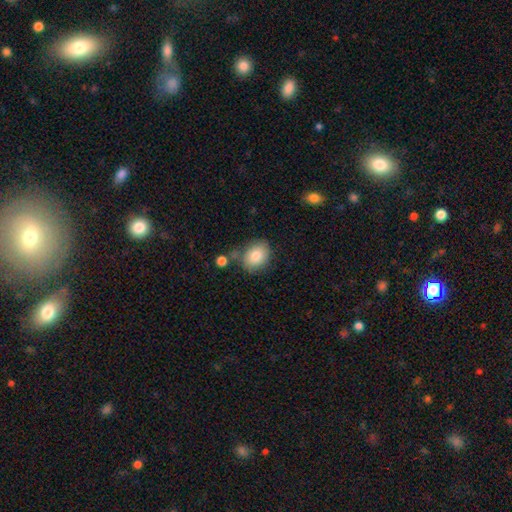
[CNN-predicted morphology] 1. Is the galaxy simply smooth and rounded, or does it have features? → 82% smooth, 10% featured or disk, 8% star or artifact.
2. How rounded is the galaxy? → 57% in between, 42% round, 1% cigar-shaped.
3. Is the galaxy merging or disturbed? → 69% none, 18% minor disturbance, 9% merger, 5% major disturbance.